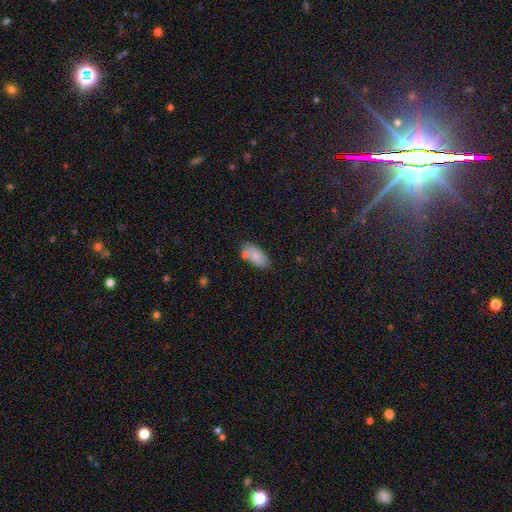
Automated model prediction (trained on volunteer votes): Morphology: type=smooth (83%); roundness=in between (90%); merging=none (69%).